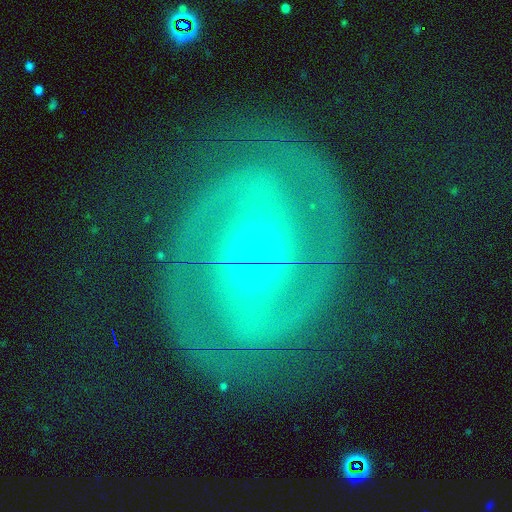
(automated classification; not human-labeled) smooth_or_featured: featured or disk (p=0.68) [alt: smooth p=0.18]
disk_edge_on: no (p=0.94) [alt: yes p=0.06]
bar: no (p=0.52) [alt: weak p=0.30]
has_spiral_arms: yes (p=0.63) [alt: no p=0.37]
bulge_size: small (p=0.51) [alt: moderate p=0.40]
merging: none (p=0.60) [alt: minor disturbance p=0.17]